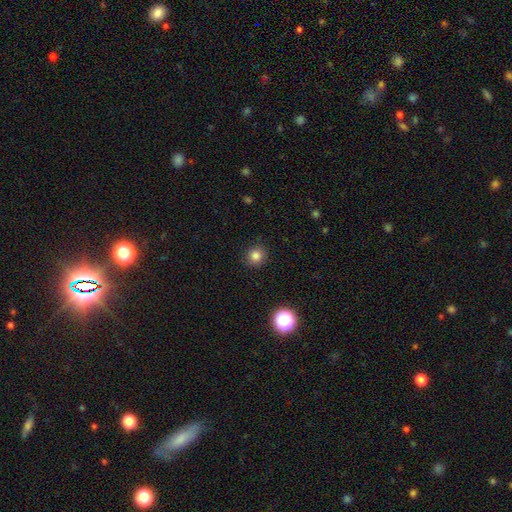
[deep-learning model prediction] Smooth or featured? smooth (81%)
How rounded? round (90%)
Merging? none (90%)